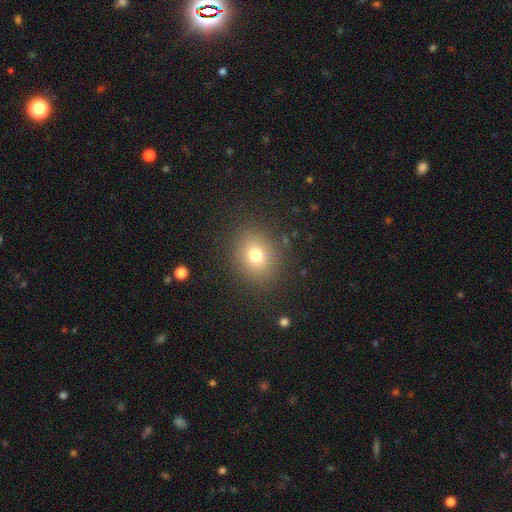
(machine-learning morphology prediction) This is likely a smooth galaxy (75%). How rounded: likely round (66%). Merging: clearly none (86%).